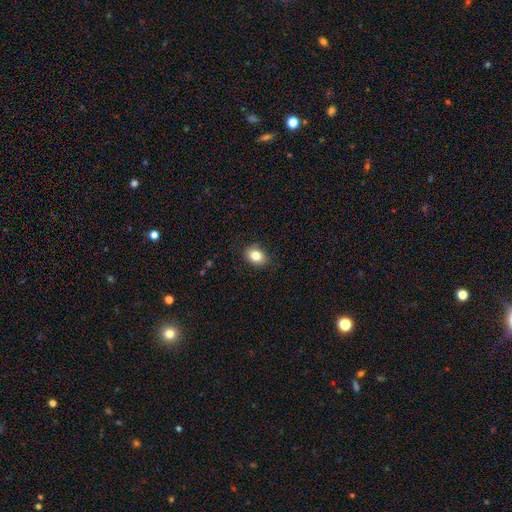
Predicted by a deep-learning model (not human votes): Morphology: type=smooth (83%); roundness=in between (63%); merging=none (85%).